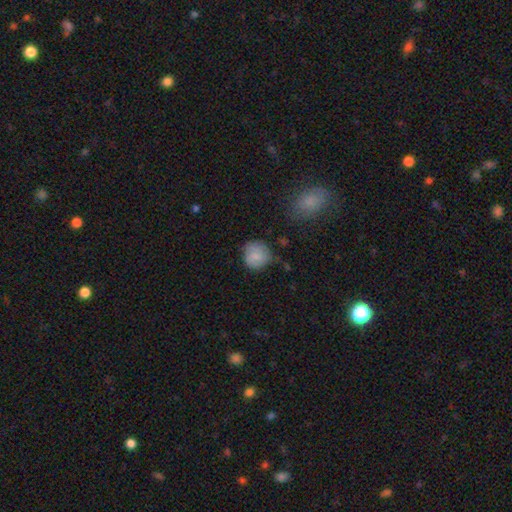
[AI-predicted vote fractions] This appears to be a smooth galaxy with no disk features (78%) that is round (86%). Merging: none (63%).